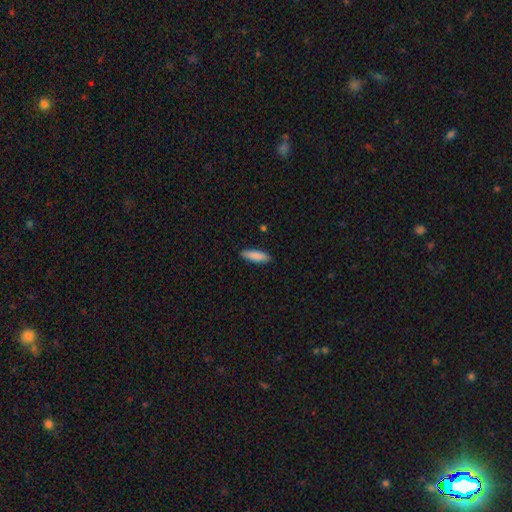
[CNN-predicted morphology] Smooth or featured?
  - smooth: 87% *
  - featured or disk: 7%
  - star or artifact: 6%
How rounded?
  - cigar-shaped: 61% *
  - in between: 38%
  - round: 2%
Merging?
  - none: 89% *
  - minor disturbance: 9%
  - major disturbance: 2%
  - merger: 1%